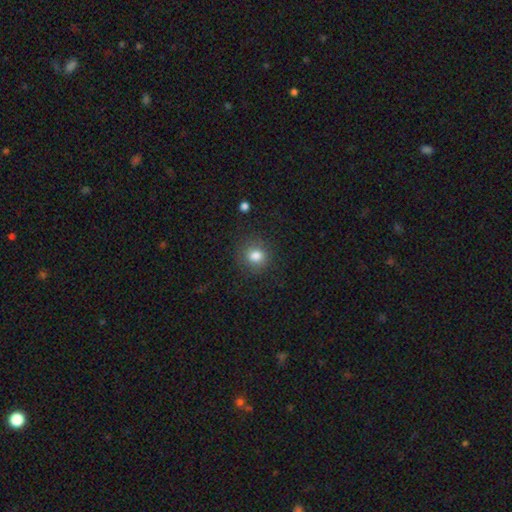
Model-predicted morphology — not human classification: Smooth or featured? smooth (82%)
How rounded? round (86%)
Merging? none (85%)